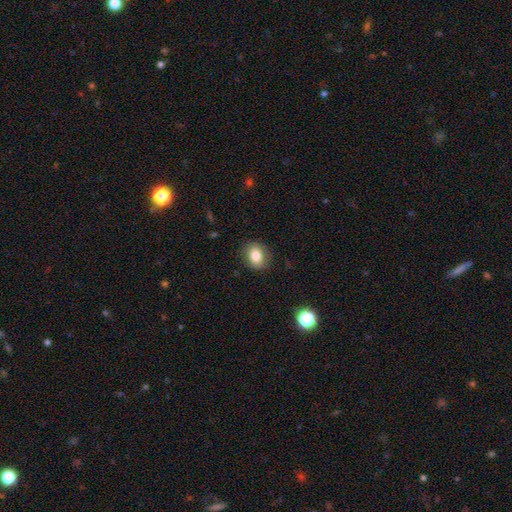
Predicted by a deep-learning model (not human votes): Overall: smooth (83%). How rounded: in between (56%; round 43%). Merging: none (86%).